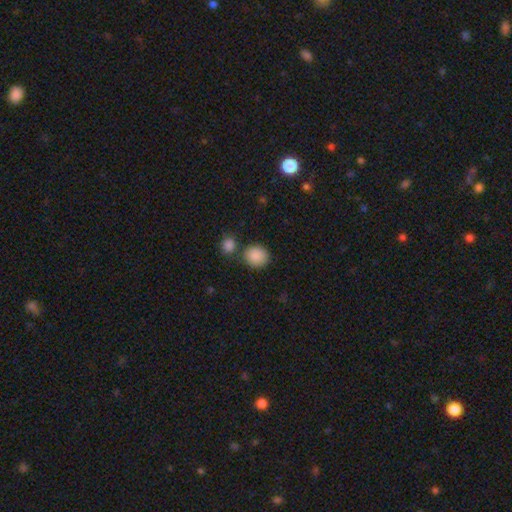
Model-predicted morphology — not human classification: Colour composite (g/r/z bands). It shows a smooth galaxy with no disk features (89%) that is round (76%). Merging: none (71%).